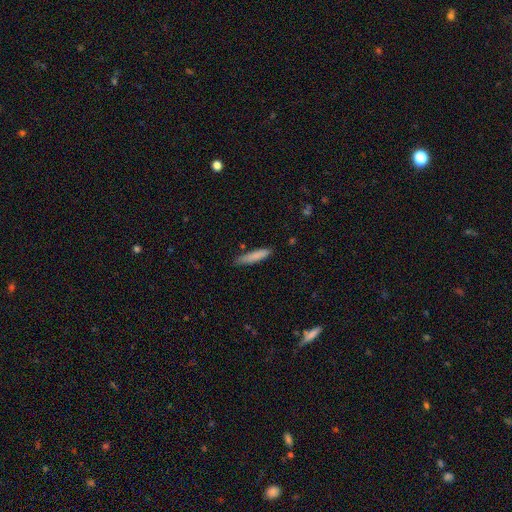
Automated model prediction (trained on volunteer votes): Q: Smooth or featured?
A: smooth (83%); runner-up: featured or disk (10%)
Q: How rounded?
A: cigar-shaped (87%); runner-up: in between (12%)
Q: Merging?
A: none (82%); runner-up: minor disturbance (14%)